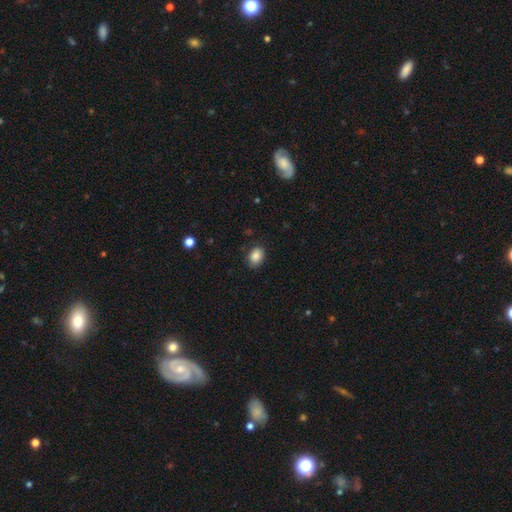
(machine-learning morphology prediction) smooth_or_featured: smooth (p=0.85) [alt: star or artifact p=0.08]
how_rounded: in between (p=0.72) [alt: round p=0.27]
merging: none (p=0.81) [alt: minor disturbance p=0.15]